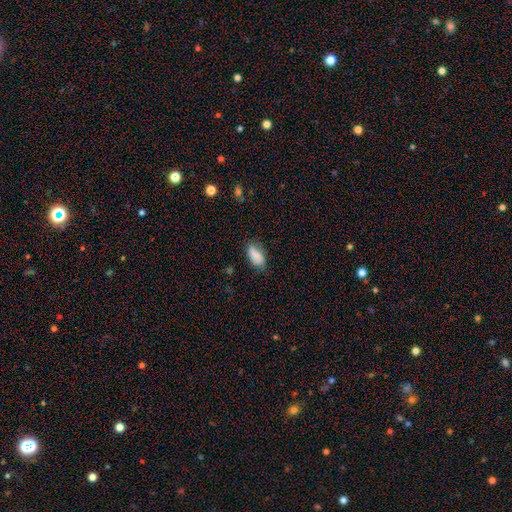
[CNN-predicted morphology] smooth 79%, featured or disk 14%, star or artifact 8%. Down the decision tree: how rounded — in between (90%); merging — none (65%).